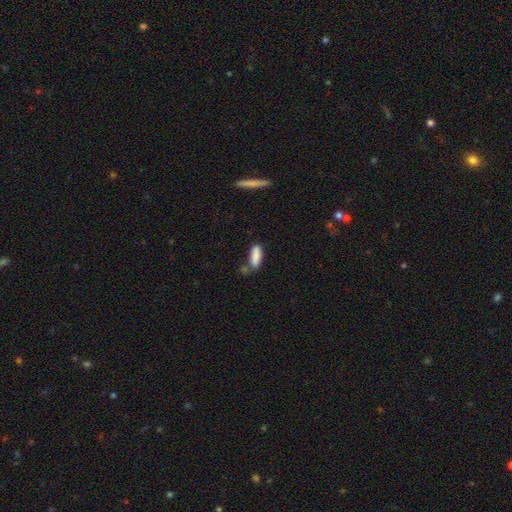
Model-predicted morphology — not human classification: Overall: smooth (86%). How rounded: in between (54%; cigar-shaped 44%). Merging: none (55%; minor disturbance 22%).